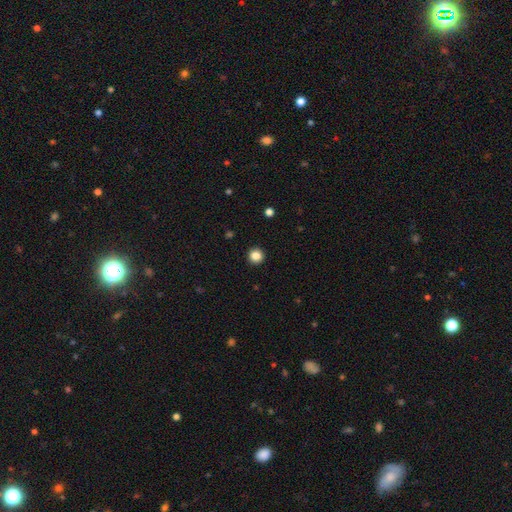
Smooth or featured?
  - smooth: 87% *
  - star or artifact: 8%
  - featured or disk: 5%
How rounded?
  - round: 94% *
  - in between: 6%
  - cigar-shaped: 0%
Merging?
  - none: 89% *
  - minor disturbance: 11%
  - major disturbance: 0%
  - merger: 0%